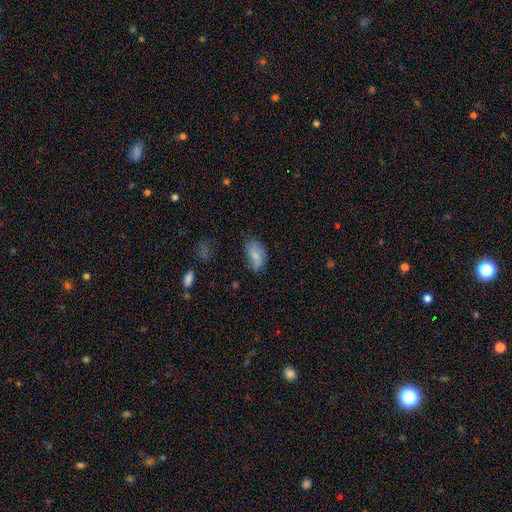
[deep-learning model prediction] Smooth or featured?
  - smooth: 74% *
  - featured or disk: 18%
  - star or artifact: 8%
How rounded?
  - in between: 92% *
  - round: 5%
  - cigar-shaped: 3%
Merging?
  - none: 54% *
  - minor disturbance: 32%
  - major disturbance: 12%
  - merger: 3%